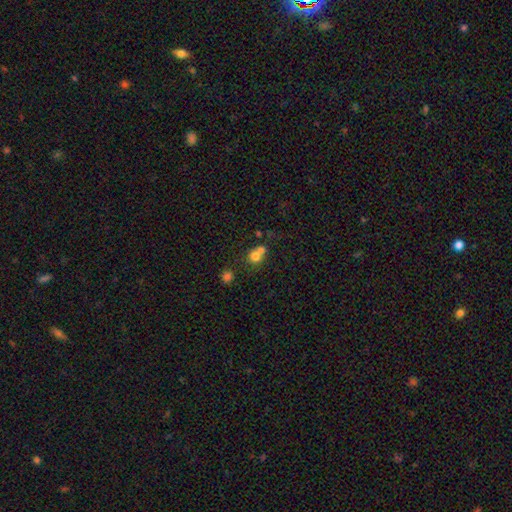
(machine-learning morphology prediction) type=smooth (74%); roundness=round (79%); merging=merger (55%).